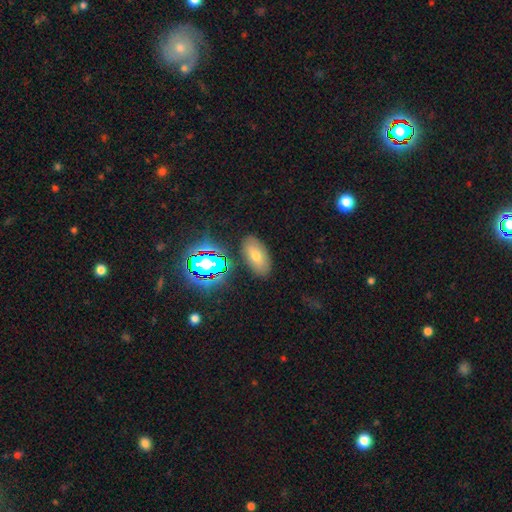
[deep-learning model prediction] Morphology: type=smooth (58%); roundness=in between (91%); merging=none (85%).